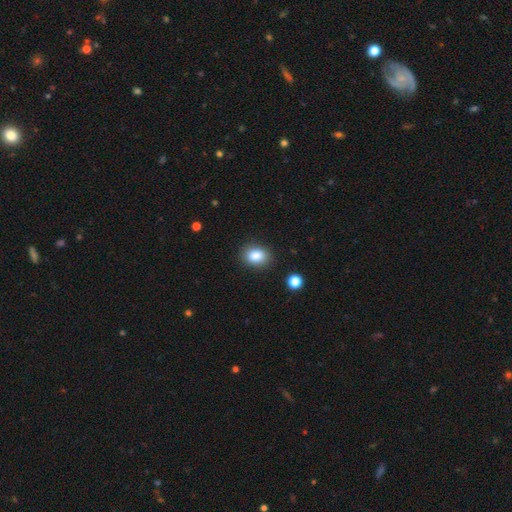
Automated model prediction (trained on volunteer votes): Morphology: type=smooth (85%); roundness=in between (61%); merging=none (86%).